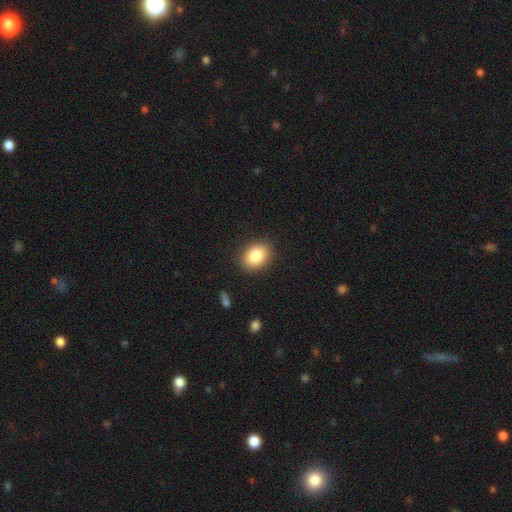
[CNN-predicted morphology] A smooth galaxy with no disk features (85%) that is in between round and cigar-shaped (65%). Merging: none (88%).